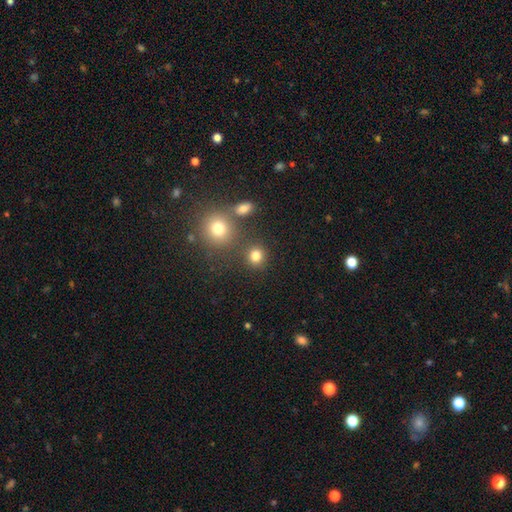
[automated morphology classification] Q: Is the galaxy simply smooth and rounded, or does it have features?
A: smooth — 80%.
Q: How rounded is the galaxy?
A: round — 85%.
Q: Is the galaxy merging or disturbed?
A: none — 78%.